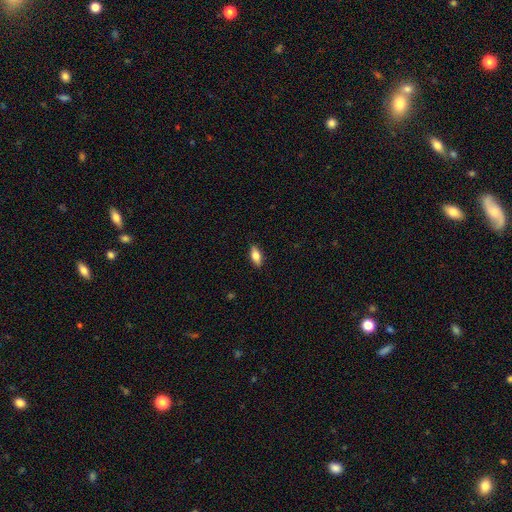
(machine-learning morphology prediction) A smooth galaxy with no disk features (75%) that is in between round and cigar-shaped (83%). Merging: none (88%).